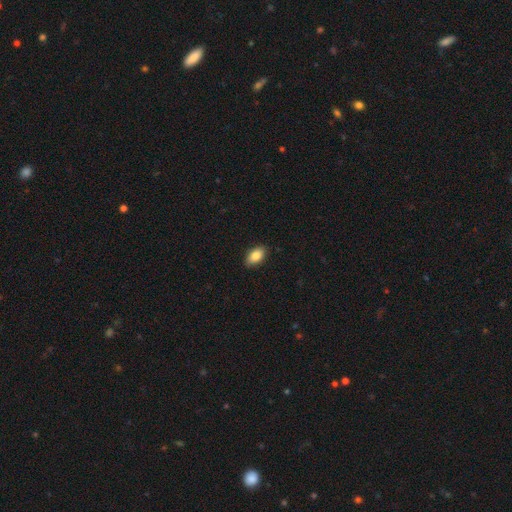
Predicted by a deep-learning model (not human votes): This appears to be a smooth galaxy with no disk features (85%) that is in between round and cigar-shaped (92%). Merging: none (88%).